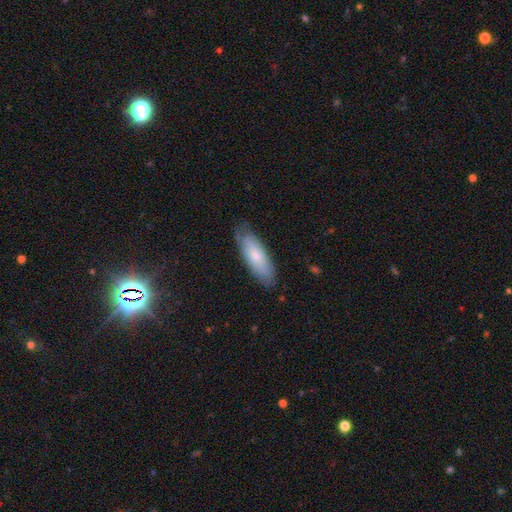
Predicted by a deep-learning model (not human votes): Smooth or featured? Predicted: smooth (p=0.66). How rounded? Predicted: in between (p=0.63). Merging? Predicted: none (p=0.75).